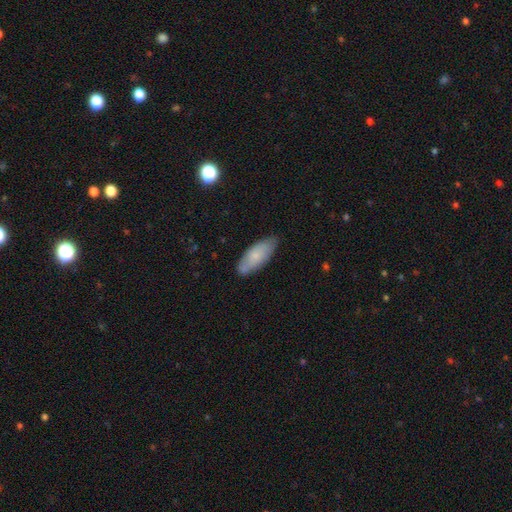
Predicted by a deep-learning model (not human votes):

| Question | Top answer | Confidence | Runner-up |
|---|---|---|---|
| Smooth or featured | smooth | 72% | featured or disk (21%) |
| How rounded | in between | 78% | cigar-shaped (20%) |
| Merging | none | 76% | minor disturbance (19%) |